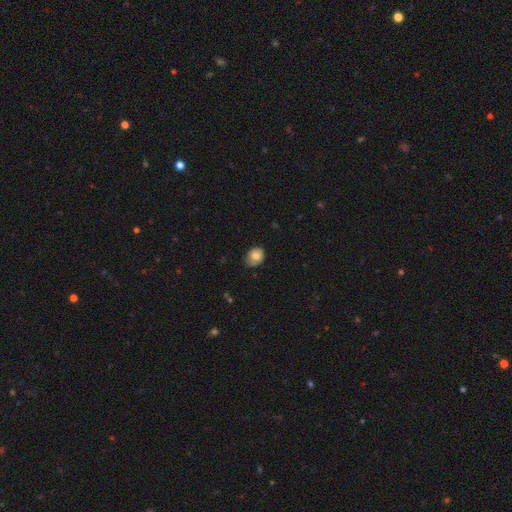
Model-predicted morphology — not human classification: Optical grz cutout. It shows a smooth galaxy with no disk features (73%) that is round (51%). Merging: none (68%).